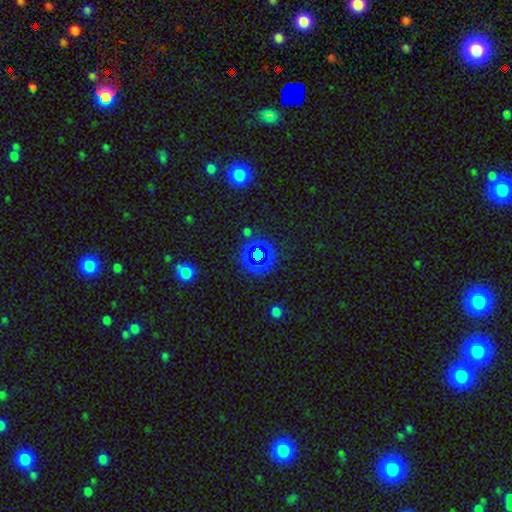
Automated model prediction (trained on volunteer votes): A star or artifact, not a galaxy (62%).

Vote fractions:
- Smooth or featured? star or artifact: 62% / smooth: 27% / featured or disk: 11%